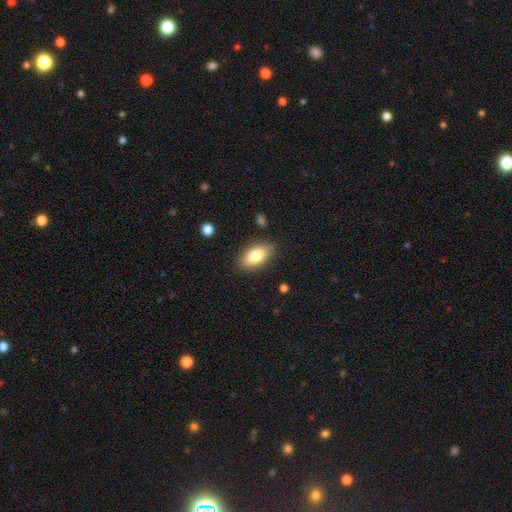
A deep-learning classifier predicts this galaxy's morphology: Smooth or featured? smooth (82%)
How rounded? in between (91%)
Merging? none (84%)